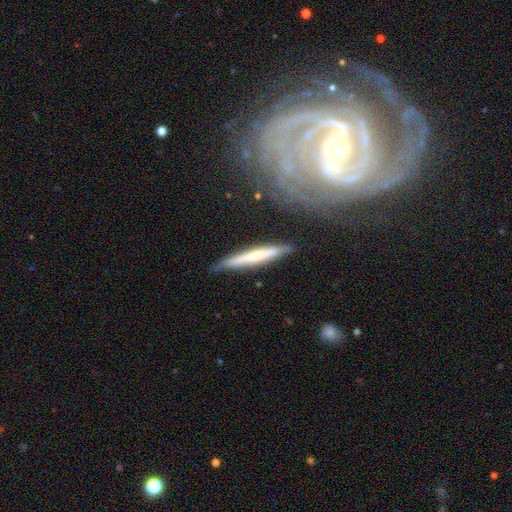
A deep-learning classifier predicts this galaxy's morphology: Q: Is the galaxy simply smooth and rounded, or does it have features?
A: featured or disk — 48%.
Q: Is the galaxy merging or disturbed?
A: none — 83%.